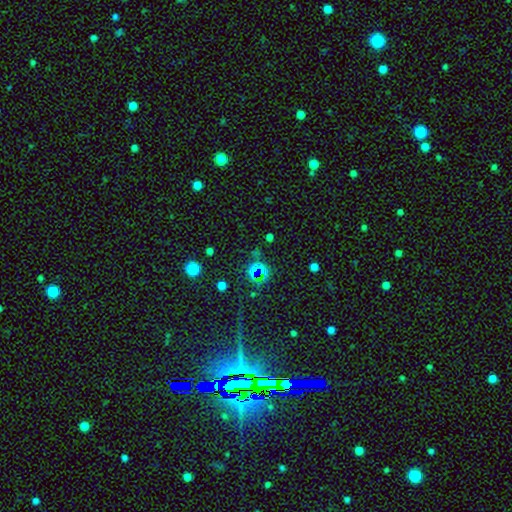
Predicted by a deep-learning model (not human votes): Overall: star or artifact (68%).